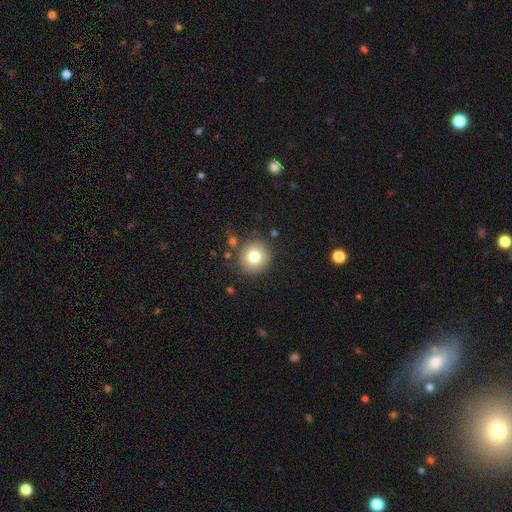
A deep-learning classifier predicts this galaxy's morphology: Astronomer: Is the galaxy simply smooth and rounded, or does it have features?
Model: smooth — 72%.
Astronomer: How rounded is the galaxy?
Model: round — 92%.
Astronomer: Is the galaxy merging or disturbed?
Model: none — 84%.